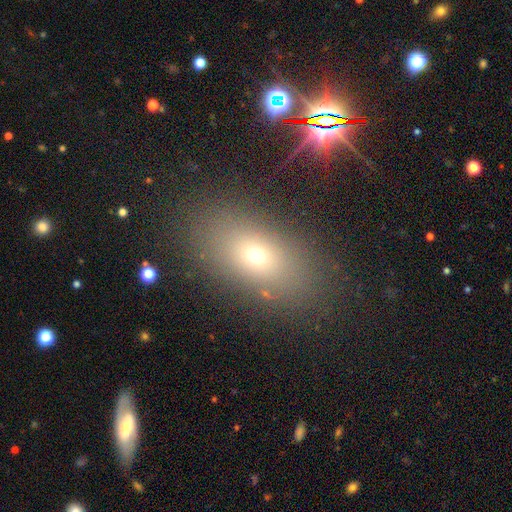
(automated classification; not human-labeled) Smooth or featured: smooth — 60% (star or artifact — 22%)
How rounded: in between — 79% (round — 17%)
Merging: none — 83% (minor disturbance — 10%)